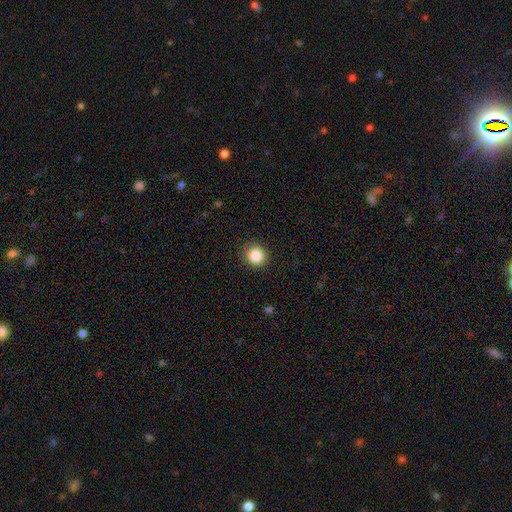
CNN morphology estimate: Q: Smooth or featured?
A: smooth (85%); runner-up: star or artifact (10%)
Q: How rounded?
A: round (88%); runner-up: in between (12%)
Q: Merging?
A: none (86%); runner-up: minor disturbance (10%)